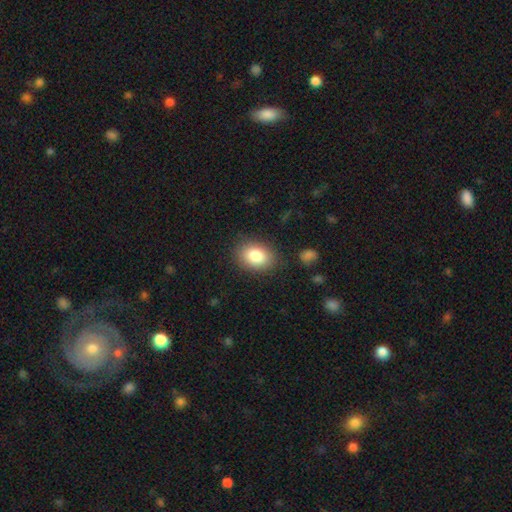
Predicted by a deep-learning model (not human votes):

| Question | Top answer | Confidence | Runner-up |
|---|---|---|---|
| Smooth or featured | smooth | 84% | star or artifact (8%) |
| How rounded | in between | 74% | round (25%) |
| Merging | none | 84% | minor disturbance (11%) |